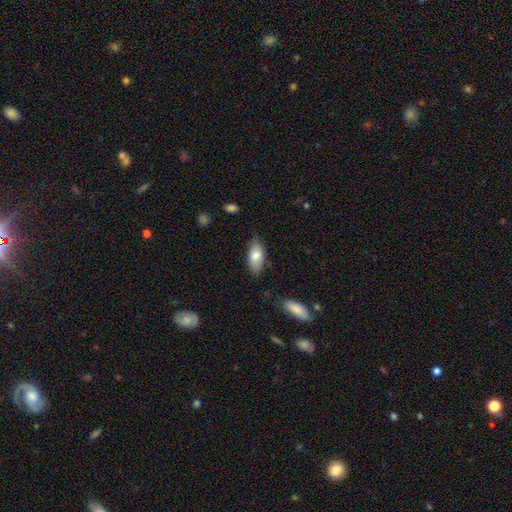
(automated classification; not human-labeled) Smooth or featured?
  - smooth: 80% *
  - featured or disk: 14%
  - star or artifact: 6%
How rounded?
  - in between: 88% *
  - cigar-shaped: 10%
  - round: 2%
Merging?
  - none: 81% *
  - minor disturbance: 15%
  - major disturbance: 3%
  - merger: 2%